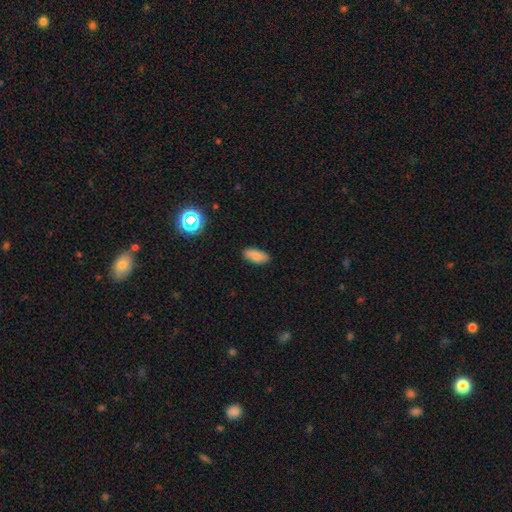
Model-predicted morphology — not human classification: Smooth or featured? Predicted: smooth (p=0.83). How rounded? Predicted: in between (p=0.87). Merging? Predicted: none (p=0.87).